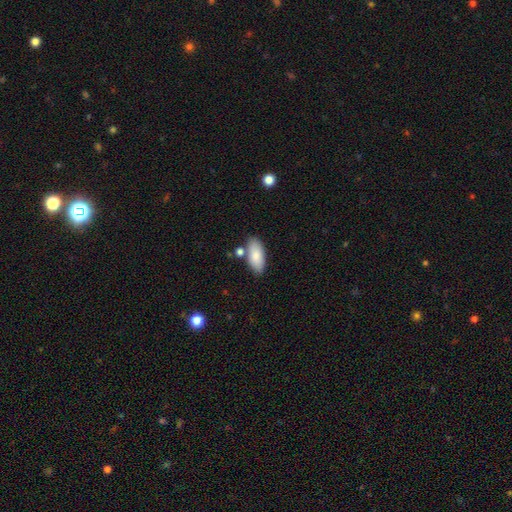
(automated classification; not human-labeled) smooth 84%, featured or disk 10%, star or artifact 6%. Down the decision tree: how rounded — in between (87%); merging — none (75%).